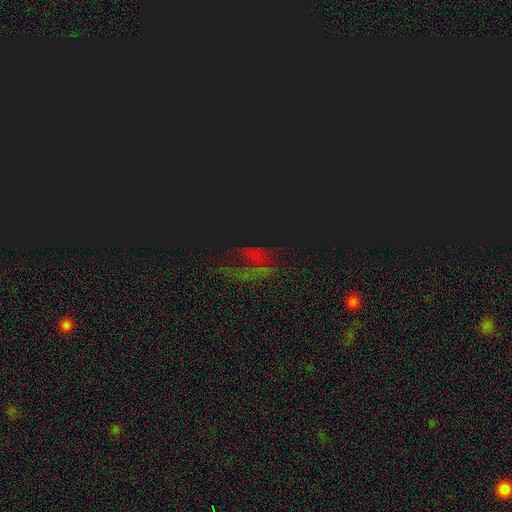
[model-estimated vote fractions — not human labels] smooth-or-featured: star or artifact: 69% | smooth: 17% | featured or disk: 14%